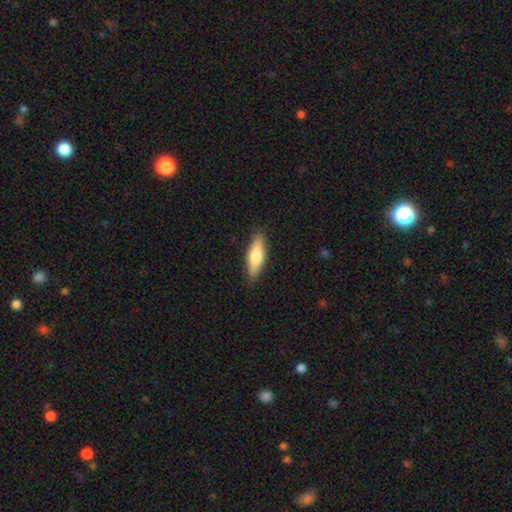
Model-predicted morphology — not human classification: Smooth or featured: smooth — 70% (featured or disk — 24%)
How rounded: cigar-shaped — 49% (tied with in between — 49%)
Merging: none — 87% (minor disturbance — 10%)